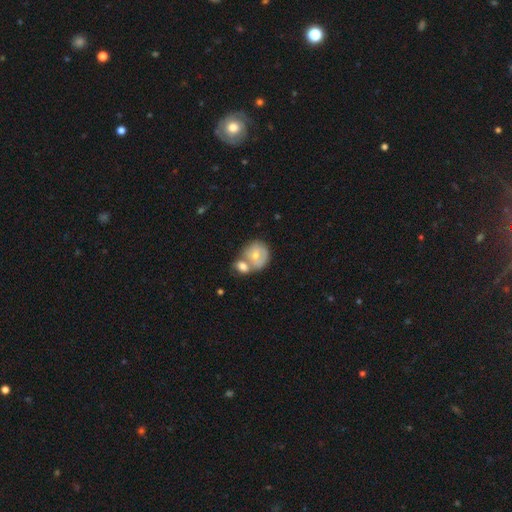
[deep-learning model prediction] This is possibly a smooth galaxy (60%). How rounded: likely round (77%). Merging: possibly merger (60%).